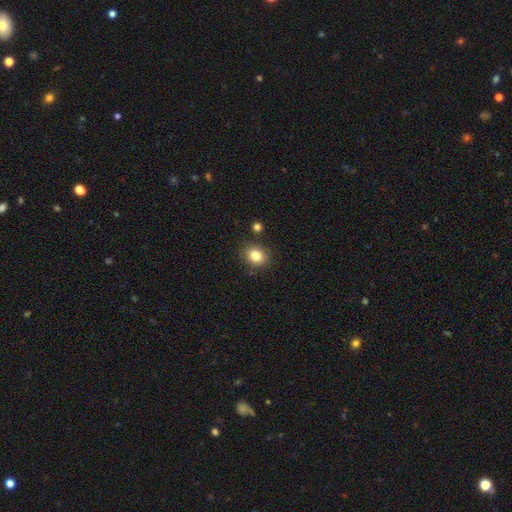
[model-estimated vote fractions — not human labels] This appears to be a smooth galaxy with no disk features (83%) that is round (58%). Merging: none (83%).